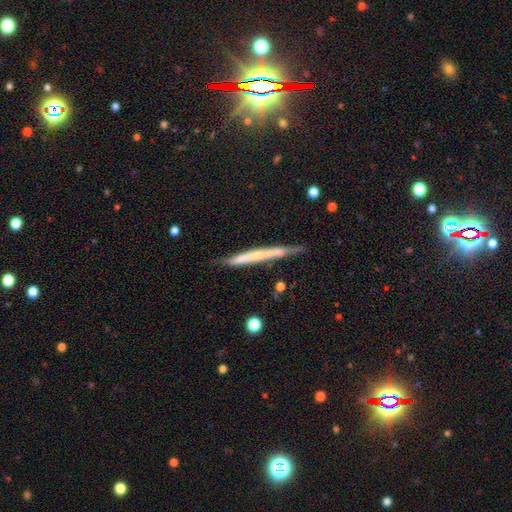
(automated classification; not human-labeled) Smooth or featured? featured or disk (51%)
Edge-on disk? yes (93%)
Merging? none (77%)